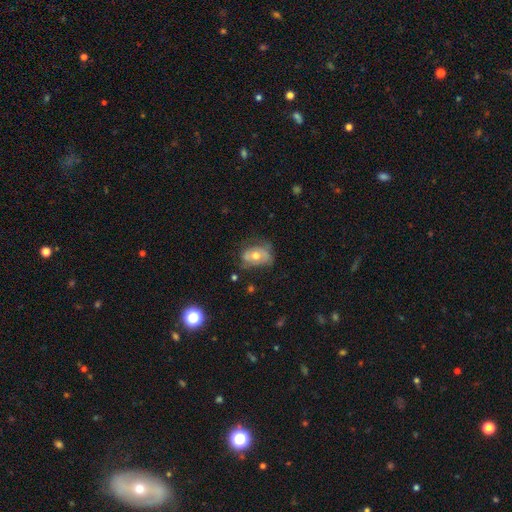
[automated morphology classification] Smooth or featured: smooth — 50% (featured or disk — 41%)
Merging: none — 46% (minor disturbance — 33%)